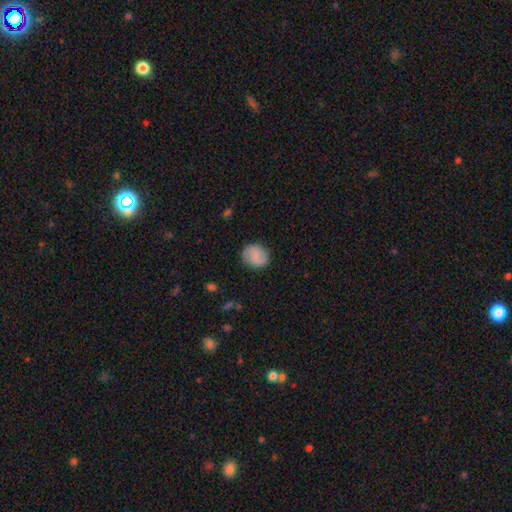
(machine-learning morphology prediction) smooth_or_featured: smooth (p=0.65) [alt: featured or disk p=0.27]
how_rounded: round (p=0.73) [alt: in between p=0.26]
merging: none (p=0.85) [alt: minor disturbance p=0.11]